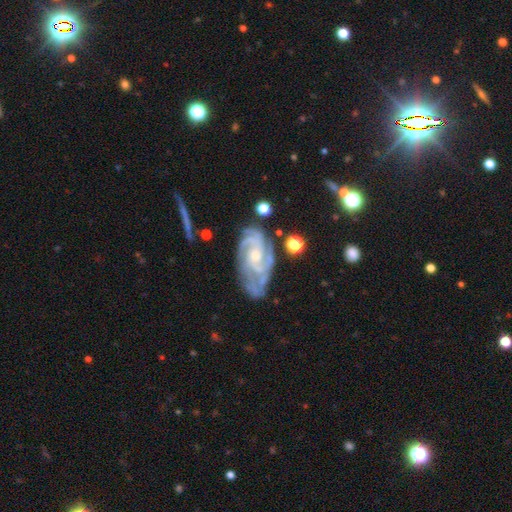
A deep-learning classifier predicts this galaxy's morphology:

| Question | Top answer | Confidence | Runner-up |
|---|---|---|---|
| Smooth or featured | featured or disk | 87% | smooth (7%) |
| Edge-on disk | no | 96% | yes (4%) |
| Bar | no | 65% | weak (28%) |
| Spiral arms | yes | 97% | no (3%) |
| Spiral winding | tight | 61% | medium (33%) |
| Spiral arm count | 3 | 32% | 2 (20%) |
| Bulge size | small | 49% | moderate (44%) |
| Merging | none | 70% | minor disturbance (20%) |